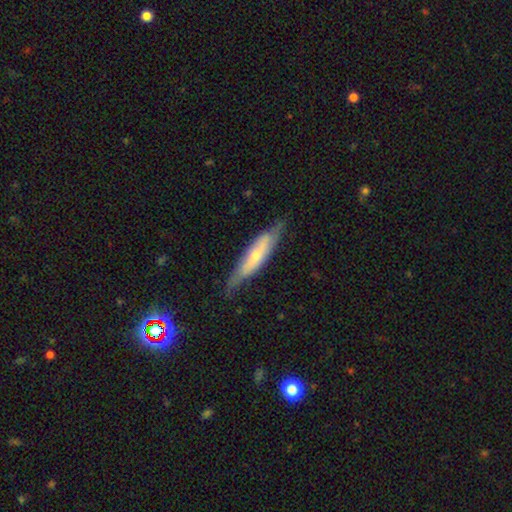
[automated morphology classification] Smooth or featured?
  - featured or disk: 52% *
  - smooth: 42%
  - star or artifact: 6%
Edge-on disk?
  - yes: 60% *
  - no: 40%
Merging?
  - none: 70% *
  - minor disturbance: 23%
  - major disturbance: 6%
  - merger: 2%